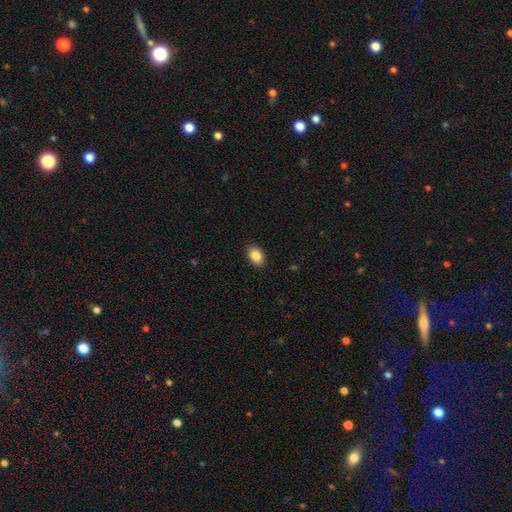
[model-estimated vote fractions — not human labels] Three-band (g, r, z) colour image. It shows a smooth galaxy with no disk features (87%) that is in between round and cigar-shaped (84%). Merging: none (90%).